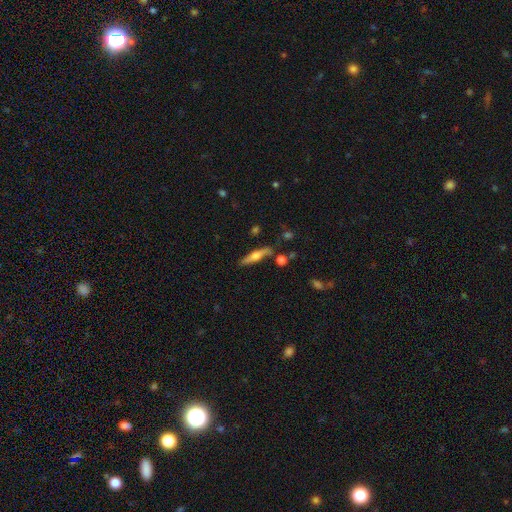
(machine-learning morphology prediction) This is possibly a featured or disk galaxy (58%). It is clearly viewed edge-on (93%). Edge-on bulge: clearly rounded (91%). Merging: likely none (77%).